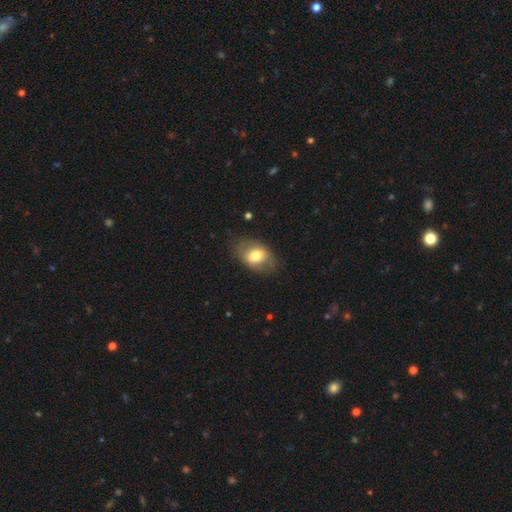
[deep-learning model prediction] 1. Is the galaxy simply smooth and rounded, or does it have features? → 66% smooth, 26% featured or disk, 7% star or artifact.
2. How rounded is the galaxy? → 80% in between, 18% round, 1% cigar-shaped.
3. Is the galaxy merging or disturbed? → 76% none, 17% minor disturbance, 6% major disturbance, 1% merger.